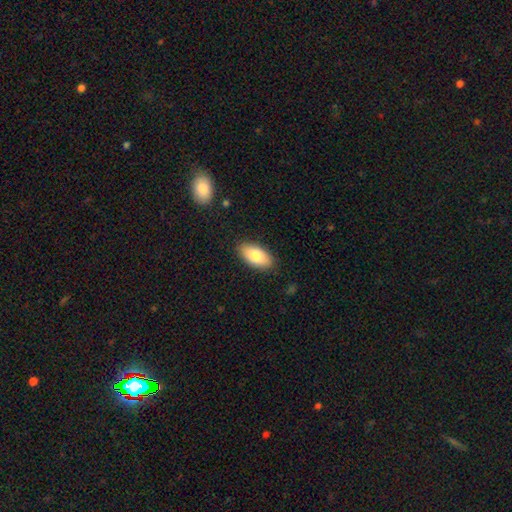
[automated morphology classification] Q: Smooth or featured?
A: smooth (79%); runner-up: featured or disk (14%)
Q: How rounded?
A: in between (92%); runner-up: cigar-shaped (4%)
Q: Merging?
A: none (87%); runner-up: minor disturbance (10%)